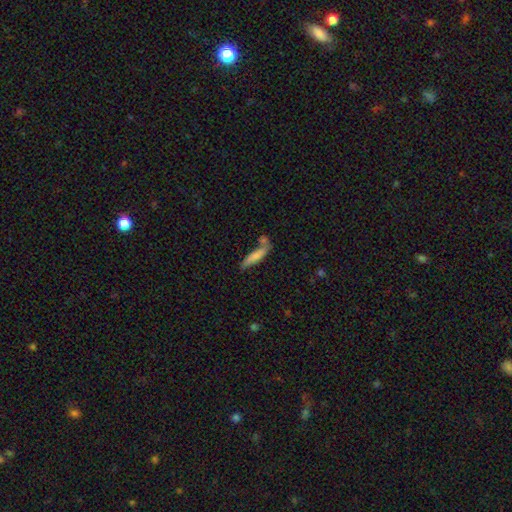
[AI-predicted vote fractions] smooth_or_featured: smooth (p=0.71) [alt: featured or disk p=0.22]
how_rounded: cigar-shaped (p=0.77) [alt: in between p=0.21]
merging: none (p=0.50) [alt: merger p=0.22]